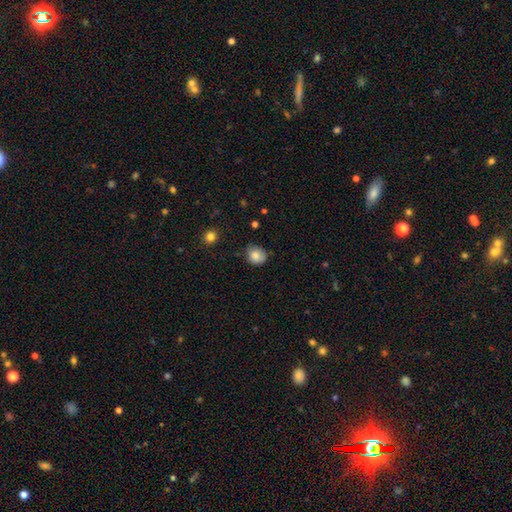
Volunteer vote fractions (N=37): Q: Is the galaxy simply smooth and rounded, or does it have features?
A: smooth — 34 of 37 (92%).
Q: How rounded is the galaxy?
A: round — 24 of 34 (71%).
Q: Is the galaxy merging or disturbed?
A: none — 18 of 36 (50%).